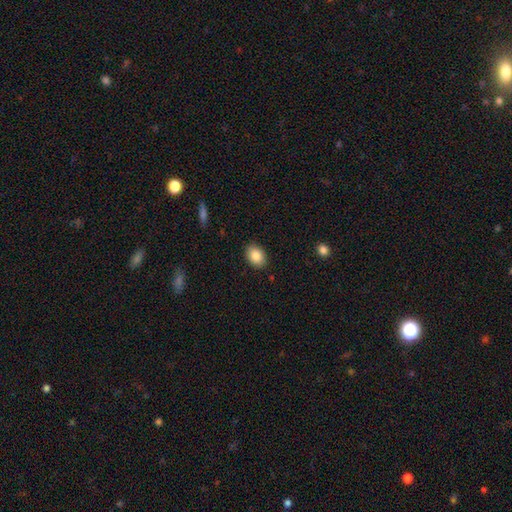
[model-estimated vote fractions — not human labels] A smooth galaxy with no disk features (86%) that is in between round and cigar-shaped (77%). Merging: none (89%).